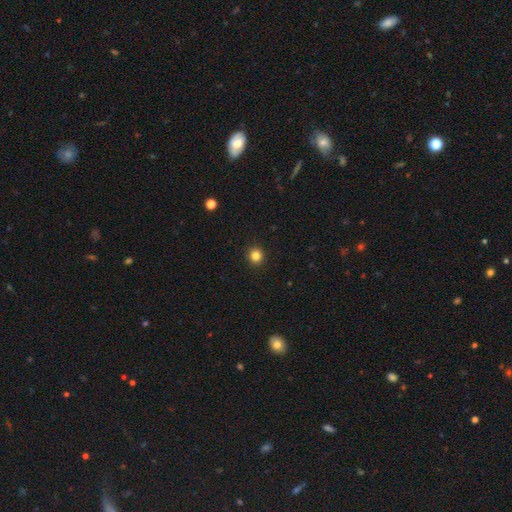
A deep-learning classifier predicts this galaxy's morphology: smooth-or-featured: smooth: 84% | star or artifact: 12% | featured or disk: 4%
  how-rounded: round: 92% | in between: 7% | cigar-shaped: 1%
  merging: none: 93% | minor disturbance: 4% | major disturbance: 2% | merger: 1%